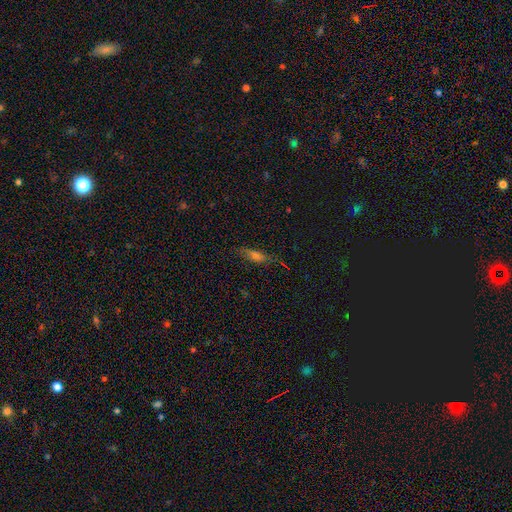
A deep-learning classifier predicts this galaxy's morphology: Smooth or featured? Predicted: smooth (p=0.42). Merging? Predicted: none (p=0.74).